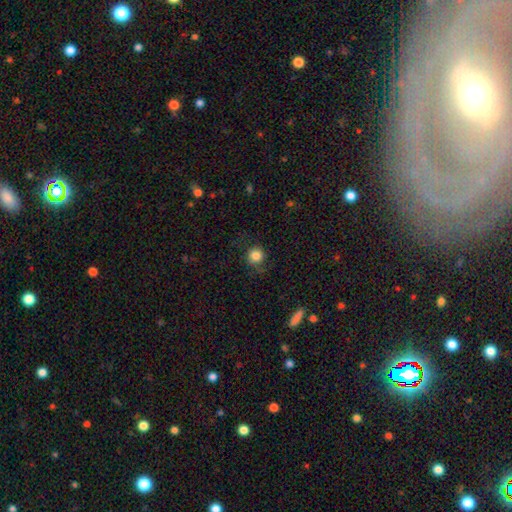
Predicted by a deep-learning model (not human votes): smooth_or_featured: smooth (p=0.83) [alt: star or artifact p=0.09]
how_rounded: round (p=0.91) [alt: in between p=0.08]
merging: none (p=0.78) [alt: minor disturbance p=0.14]